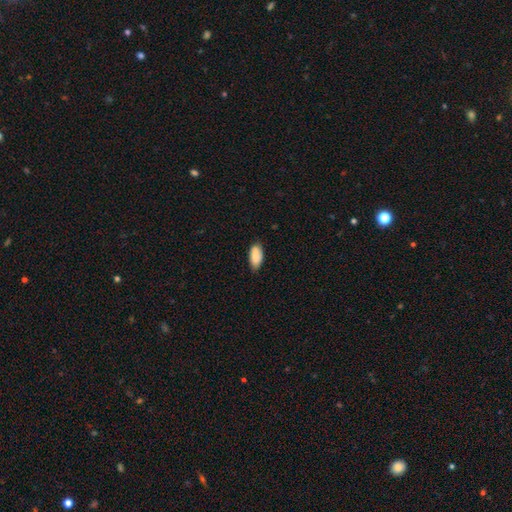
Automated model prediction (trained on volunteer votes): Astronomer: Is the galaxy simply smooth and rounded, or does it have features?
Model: smooth — 88%.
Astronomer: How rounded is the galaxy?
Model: in between — 90%.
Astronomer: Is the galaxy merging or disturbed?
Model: none — 80%.